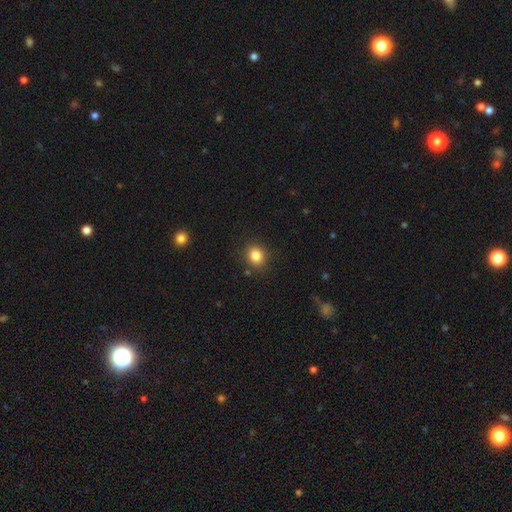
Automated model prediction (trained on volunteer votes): The model was most divided on "how rounded": round: 75%, in between: 24%, cigar-shaped: 1%. More confident: merging — none (87%); smooth or featured — smooth (83%).